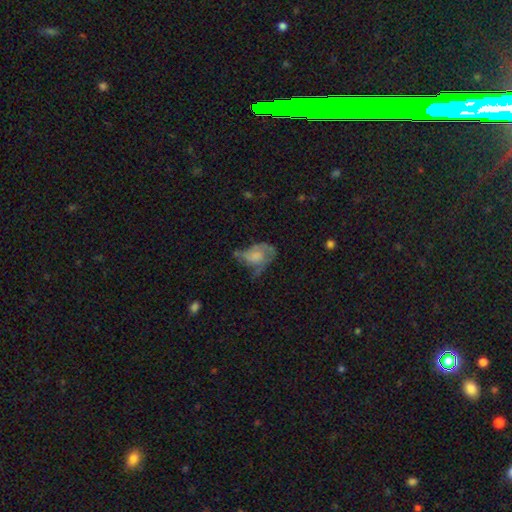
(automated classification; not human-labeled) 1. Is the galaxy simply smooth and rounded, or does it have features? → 49% featured or disk, 42% smooth, 9% star or artifact.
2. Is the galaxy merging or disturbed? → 39% major disturbance, 29% none, 28% minor disturbance, 4% merger.